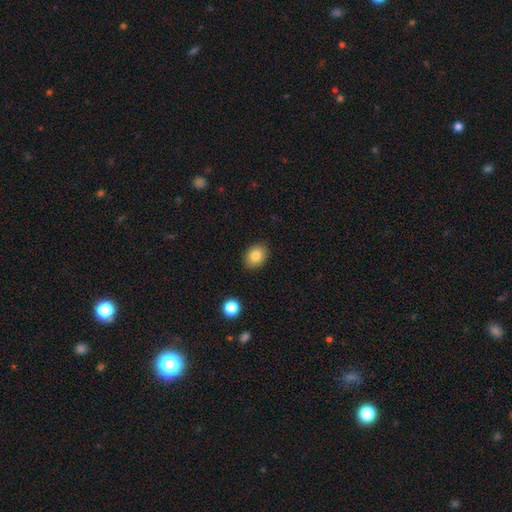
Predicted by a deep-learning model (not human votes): A smooth galaxy with no disk features (84%) that is in between round and cigar-shaped (66%).

Vote fractions:
- Smooth or featured? smooth: 84% / star or artifact: 9% / featured or disk: 7%
- How rounded? in between: 66% / round: 33% / cigar-shaped: 1%
- Merging? none: 88% / minor disturbance: 9% / major disturbance: 2% / merger: 1%